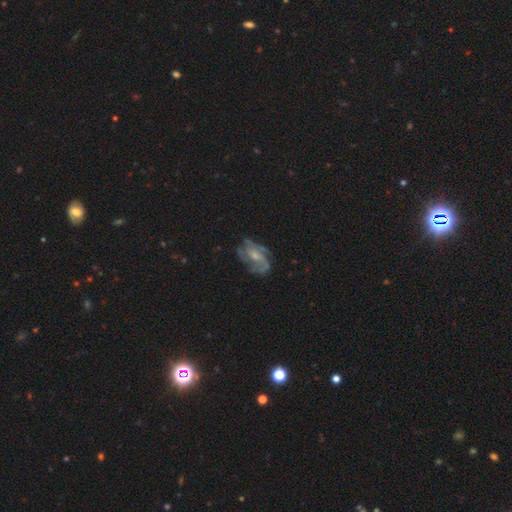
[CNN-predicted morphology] A featured or disk galaxy (75%) with no bar (55%), medium (45%) spiral arms (84%) and a small central bulge (54%).

Vote fractions:
- Smooth or featured? featured or disk: 75% / smooth: 17% / star or artifact: 8%
- Edge-on disk? no: 96% / yes: 4%
- Bar? no: 55% / weak: 37% / strong: 9%
- Spiral arms? yes: 84% / no: 16%
- Spiral winding? medium: 45% / tight: 31% / loose: 24%
- Spiral arm count? can't tell: 31% / 2: 26% / 3: 24% / 4: 9% / 1: 5% / more than 4: 4%
- Bulge size? small: 54% / moderate: 37% / none: 6% / large: 2% / dominant: 1%
- Merging? none: 59% / minor disturbance: 23% / major disturbance: 16% / merger: 2%